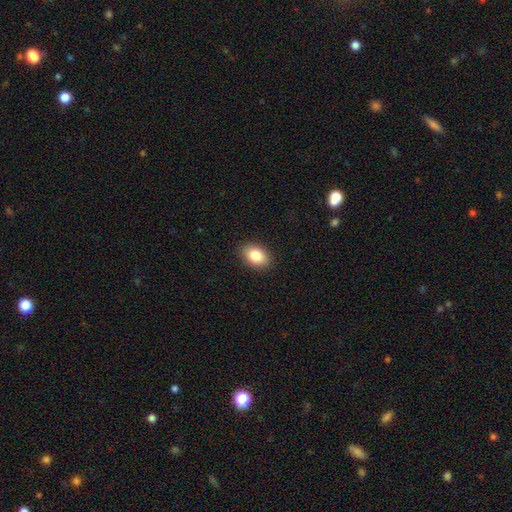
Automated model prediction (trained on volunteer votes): A smooth galaxy with no disk features (84%) that is in between round and cigar-shaped (86%).

Vote fractions:
- Smooth or featured? smooth: 84% / featured or disk: 8% / star or artifact: 8%
- How rounded? in between: 86% / round: 13% / cigar-shaped: 1%
- Merging? none: 89% / minor disturbance: 8% / major disturbance: 2% / merger: 1%